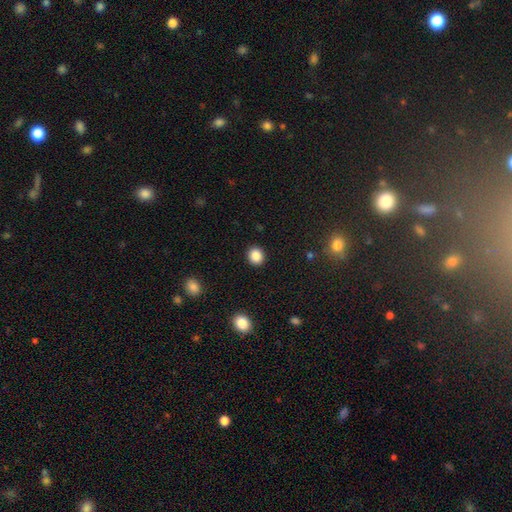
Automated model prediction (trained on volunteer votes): smooth-or-featured: smooth: 86% | star or artifact: 10% | featured or disk: 4%
  how-rounded: round: 78% | in between: 21% | cigar-shaped: 1%
  merging: none: 92% | minor disturbance: 5% | major disturbance: 2% | merger: 1%